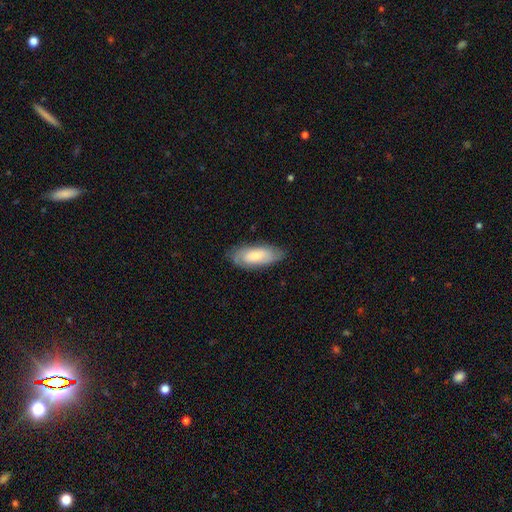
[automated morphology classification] Smooth or featured? smooth (62%)
How rounded? in between (82%)
Merging? none (77%)